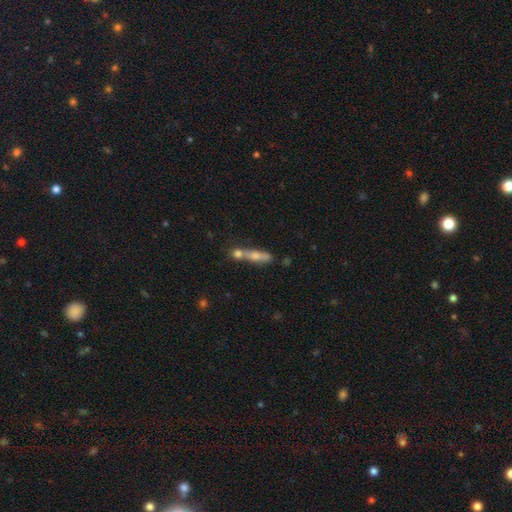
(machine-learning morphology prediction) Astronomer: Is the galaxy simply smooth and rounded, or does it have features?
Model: smooth — 63%.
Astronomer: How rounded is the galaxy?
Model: cigar-shaped — 66%.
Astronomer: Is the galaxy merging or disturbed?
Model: merger — 43% (runner-up: none, 39%).